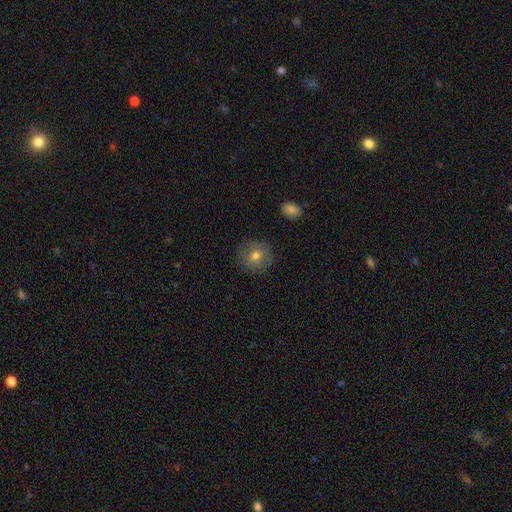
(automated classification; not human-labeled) Morphology: type=smooth (74%); roundness=round (92%); merging=none (87%).